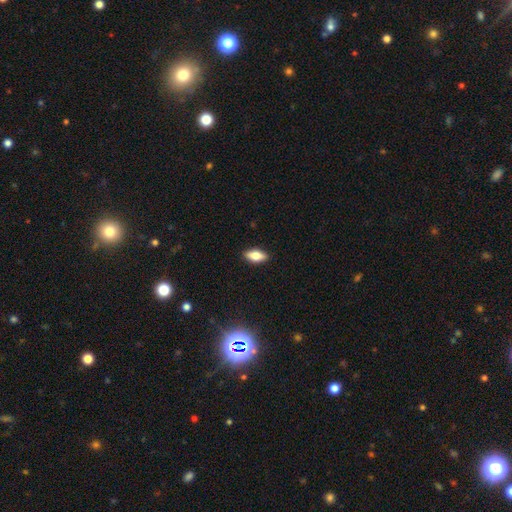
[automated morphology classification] A smooth galaxy with no disk features (70%) that is in between round and cigar-shaped (84%).

Vote fractions:
- Smooth or featured? smooth: 70% / featured or disk: 22% / star or artifact: 8%
- How rounded? in between: 84% / cigar-shaped: 13% / round: 4%
- Merging? none: 89% / minor disturbance: 8% / major disturbance: 2% / merger: 1%